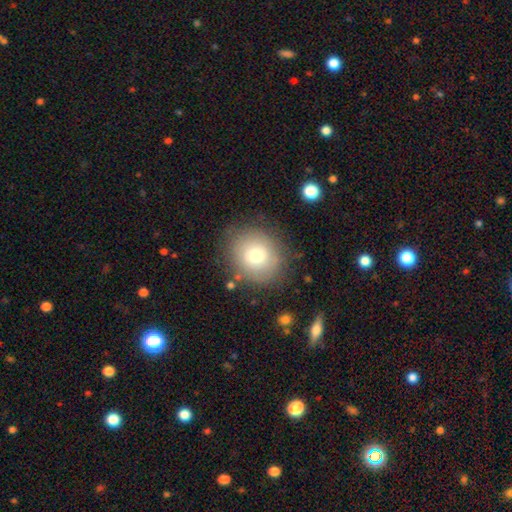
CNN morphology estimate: smooth 72%, featured or disk 18%, star or artifact 10%. Down the decision tree: how rounded — round (78%); merging — none (81%).